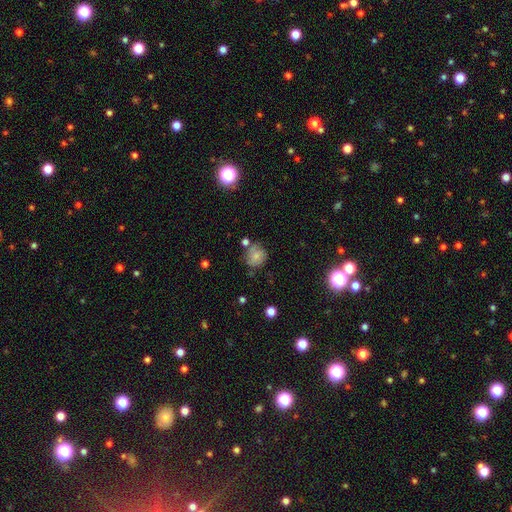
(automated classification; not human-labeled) A smooth galaxy with no disk features (62%) that is round (81%).

Vote fractions:
- Smooth or featured? smooth: 62% / featured or disk: 26% / star or artifact: 13%
- How rounded? round: 81% / in between: 18% / cigar-shaped: 1%
- Merging? none: 61% / minor disturbance: 23% / merger: 9% / major disturbance: 7%